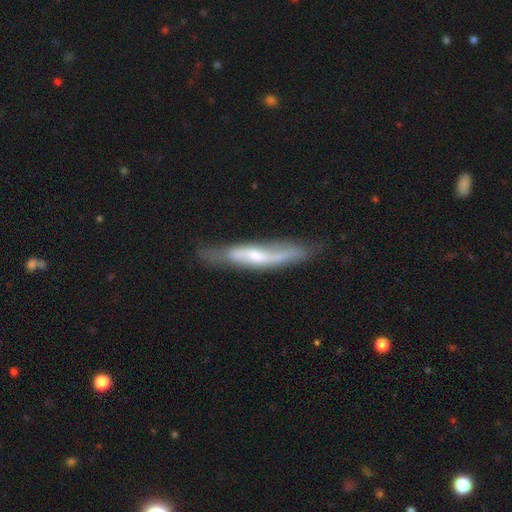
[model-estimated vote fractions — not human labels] A featured or disk galaxy (62%) viewed edge-on (51%). Merging: none (66%).